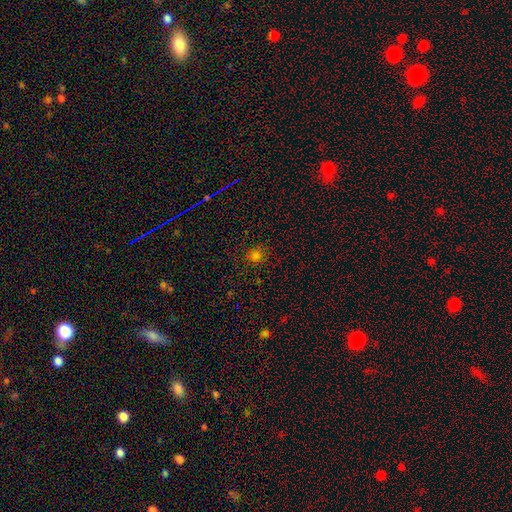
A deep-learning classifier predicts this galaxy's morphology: type=smooth (75%); roundness=round (86%); merging=none (85%).